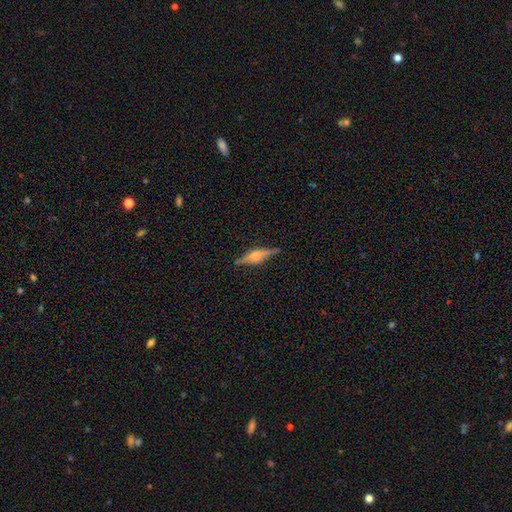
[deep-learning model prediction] Q: Smooth or featured?
A: featured or disk (74%); runner-up: smooth (19%)
Q: Edge-on disk?
A: yes (97%); runner-up: no (3%)
Q: Edge-on bulge?
A: rounded (81%); runner-up: boxy (17%)
Q: Merging?
A: none (85%); runner-up: minor disturbance (11%)